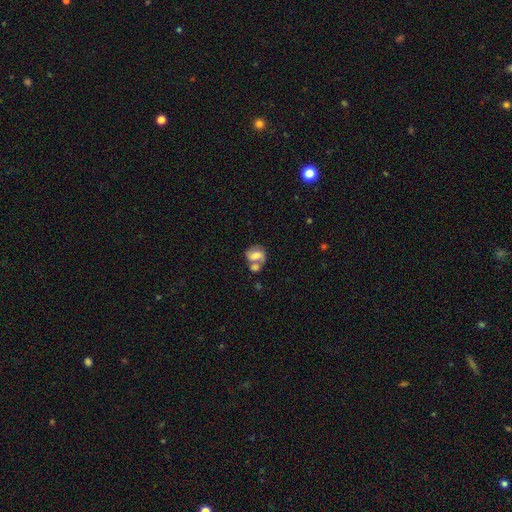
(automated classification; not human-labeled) Smooth or featured: smooth — 50% (featured or disk — 41%)
Merging: merger — 47% (none — 30%)